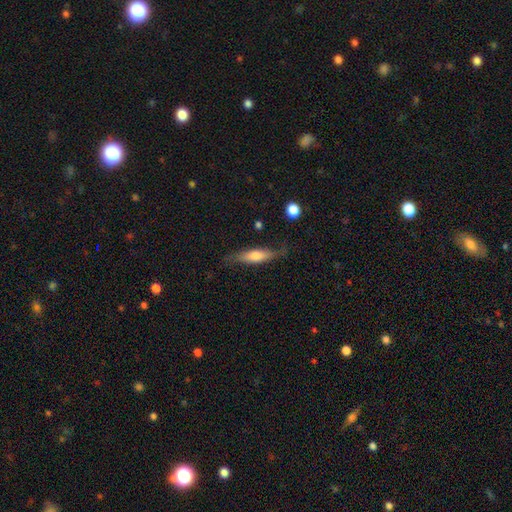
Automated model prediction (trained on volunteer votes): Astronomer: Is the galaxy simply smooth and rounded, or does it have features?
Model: smooth — 55% (runner-up: featured or disk, 39%).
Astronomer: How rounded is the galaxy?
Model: cigar-shaped — 69%.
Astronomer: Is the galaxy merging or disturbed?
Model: none — 69%.